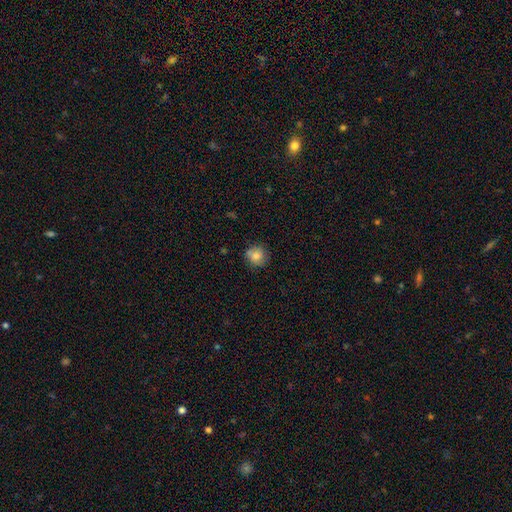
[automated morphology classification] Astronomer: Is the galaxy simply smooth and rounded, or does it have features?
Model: smooth — 82%.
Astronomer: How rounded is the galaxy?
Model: round — 90%.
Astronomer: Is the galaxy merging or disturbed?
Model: none — 77%.